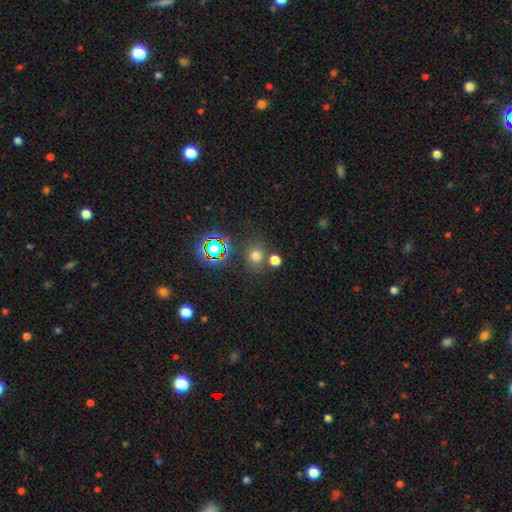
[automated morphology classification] The model was most divided on "smooth or featured": smooth: 68%, star or artifact: 24%, featured or disk: 7%. More confident: how rounded — round (85%); merging — none (74%).